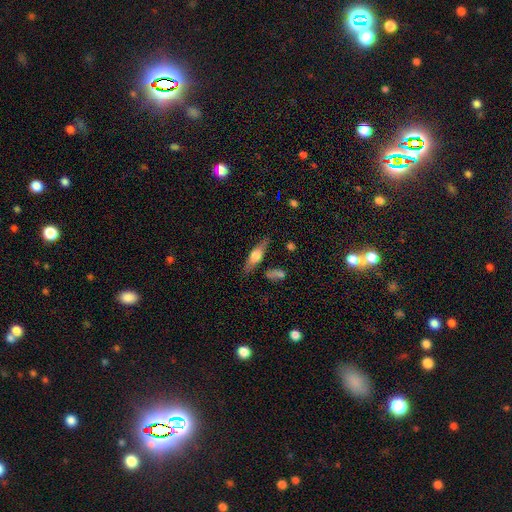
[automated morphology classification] smooth_or_featured: featured or disk (p=0.50) [alt: smooth p=0.44]
merging: none (p=0.75) [alt: minor disturbance p=0.16]